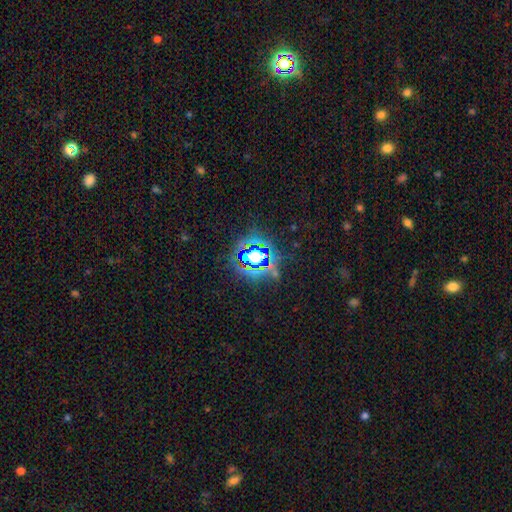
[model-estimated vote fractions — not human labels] A star or artifact, not a galaxy (66%).